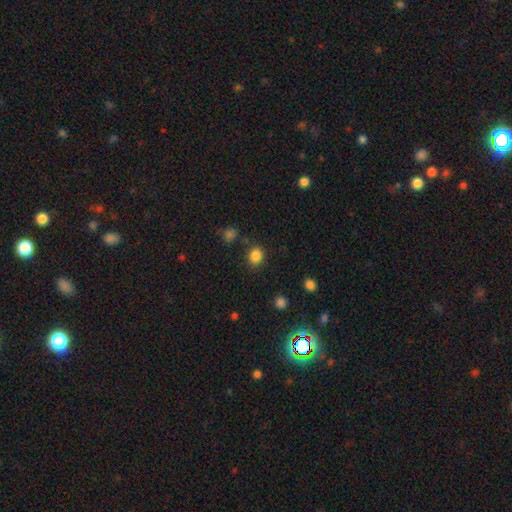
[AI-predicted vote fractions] smooth-or-featured: smooth: 85% | star or artifact: 11% | featured or disk: 4%
  how-rounded: round: 65% | in between: 34% | cigar-shaped: 1%
  merging: none: 83% | minor disturbance: 10% | merger: 3% | major disturbance: 3%